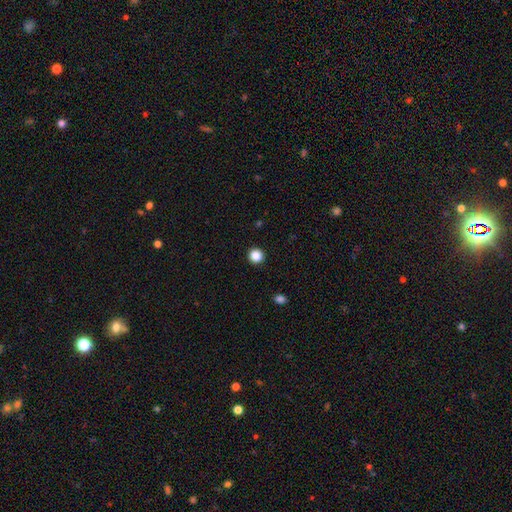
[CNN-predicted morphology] The model was most divided on "smooth or featured": smooth: 86%, star or artifact: 11%, featured or disk: 3%. More confident: how rounded — round (95%); merging — none (93%).